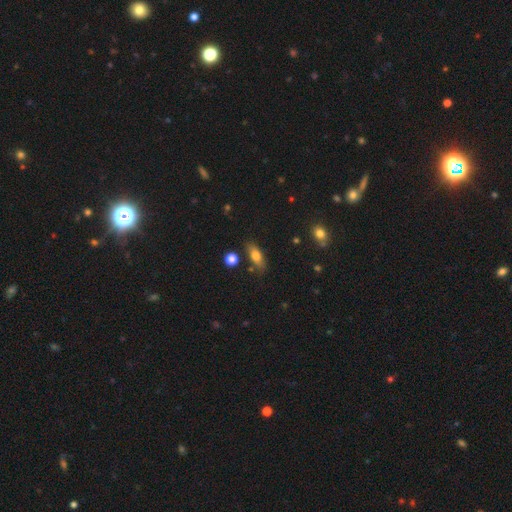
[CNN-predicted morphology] type=smooth (72%); roundness=in between (71%); merging=none (78%).